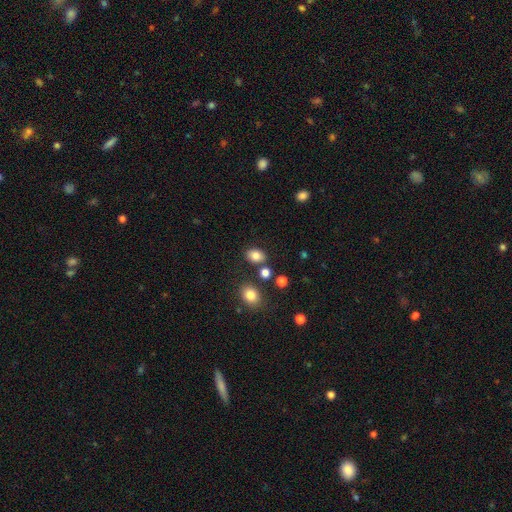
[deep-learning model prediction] The model was most divided on "how rounded": in between: 72%, round: 26%, cigar-shaped: 1%. More confident: smooth or featured — smooth (82%); merging — none (79%).